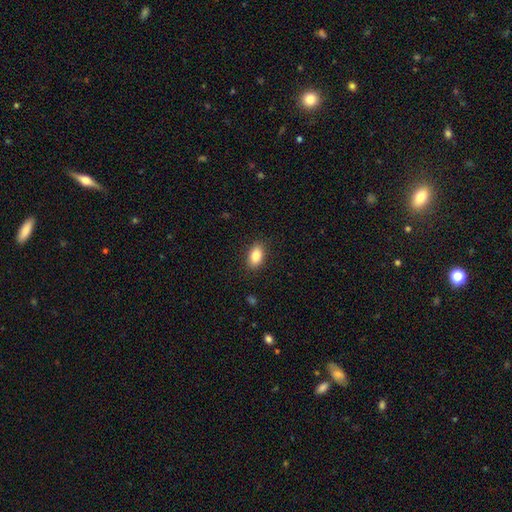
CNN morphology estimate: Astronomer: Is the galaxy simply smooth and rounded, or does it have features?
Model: smooth — 85%.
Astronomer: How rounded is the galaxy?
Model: in between — 90%.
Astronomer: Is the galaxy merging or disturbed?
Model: none — 87%.